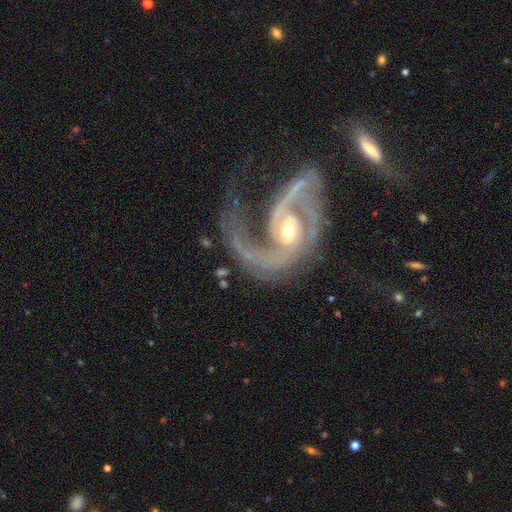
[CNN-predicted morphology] Smooth or featured? Predicted: featured or disk (p=0.92). Edge-on disk? Predicted: no (p=0.98). Bar? Predicted: no (p=0.44). Spiral arms? Predicted: yes (p=0.97). Spiral winding? Predicted: medium (p=0.49). Spiral arm count? Predicted: 2 (p=0.78). Bulge size? Predicted: moderate (p=0.55). Merging? Predicted: none (p=0.36).